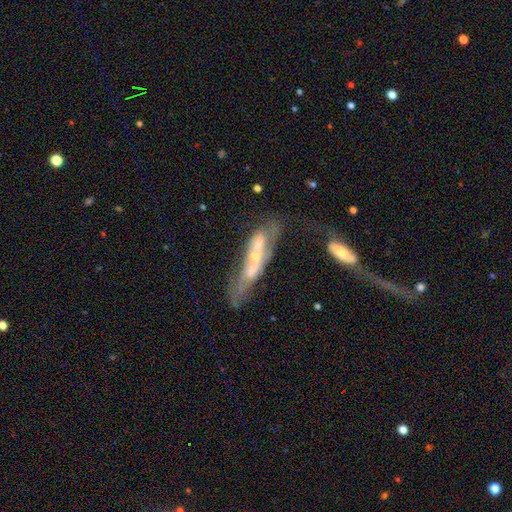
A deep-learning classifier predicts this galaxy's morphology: featured or disk 66%, smooth 25%, star or artifact 9%. Down the decision tree: edge-on disk — no (68%); merging — merger (37%).